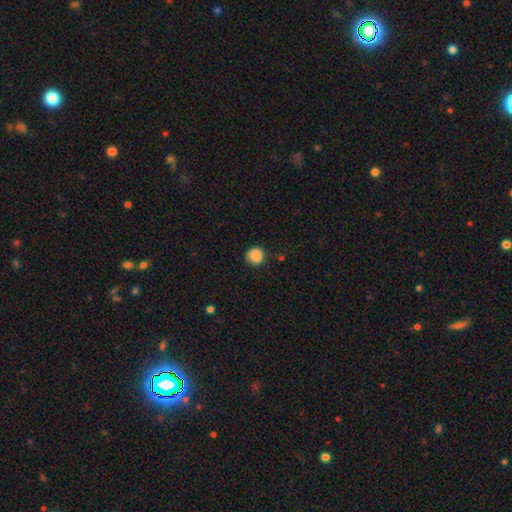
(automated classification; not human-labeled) Smooth or featured? Predicted: smooth (p=0.87). How rounded? Predicted: round (p=0.93). Merging? Predicted: none (p=0.86).